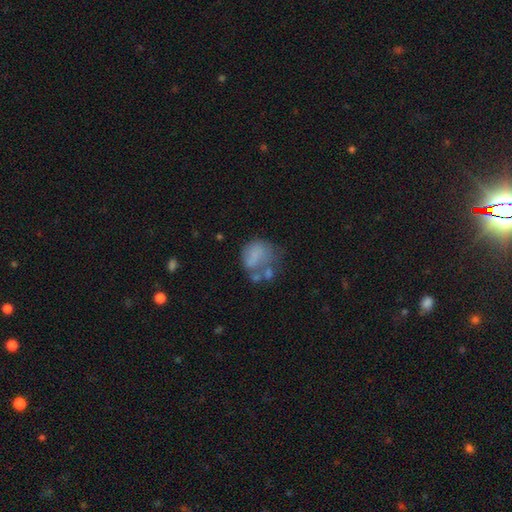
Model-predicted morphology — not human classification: Smooth or featured? Predicted: smooth (p=0.61). How rounded? Predicted: round (p=0.57). Merging? Predicted: major disturbance (p=0.30).